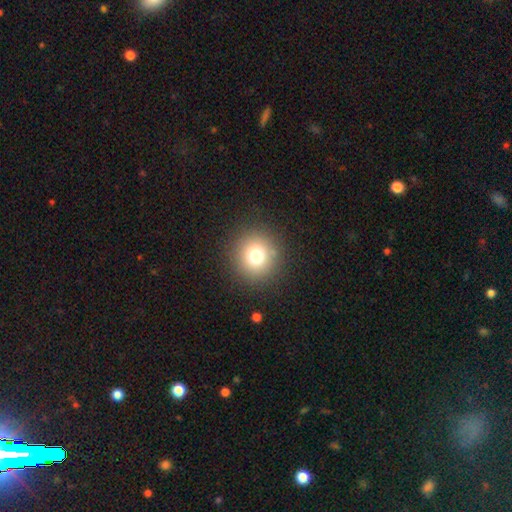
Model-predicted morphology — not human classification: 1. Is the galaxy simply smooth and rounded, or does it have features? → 74% smooth, 16% star or artifact, 10% featured or disk.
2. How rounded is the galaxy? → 94% round, 6% in between, 1% cigar-shaped.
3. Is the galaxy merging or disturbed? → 89% none, 6% minor disturbance, 3% major disturbance, 2% merger.